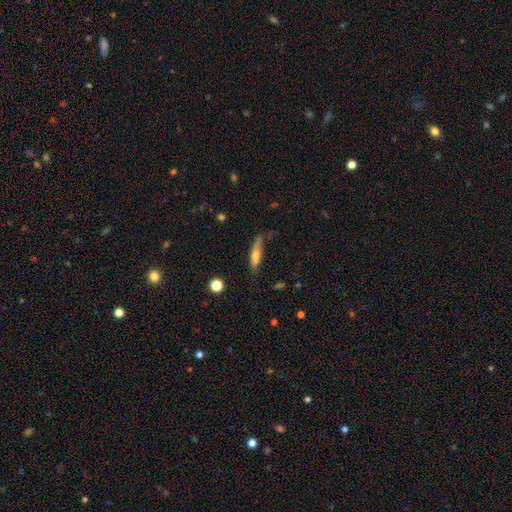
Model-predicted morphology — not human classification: type=smooth (51%); roundness=cigar-shaped (82%); merging=none (69%).